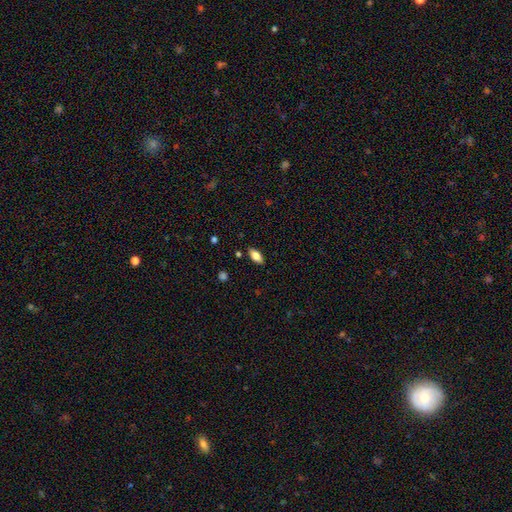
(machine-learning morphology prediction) The model was most divided on "smooth or featured": smooth: 78%, featured or disk: 15%, star or artifact: 8%. More confident: how rounded — in between (88%); merging — none (87%).